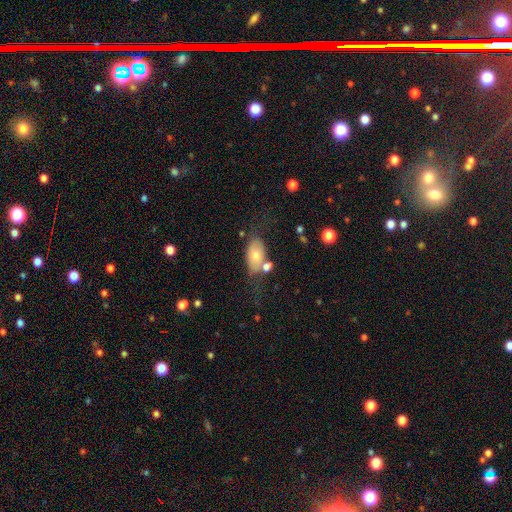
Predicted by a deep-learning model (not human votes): Smooth or featured? smooth (67%)
How rounded? in between (90%)
Merging? none (47%)